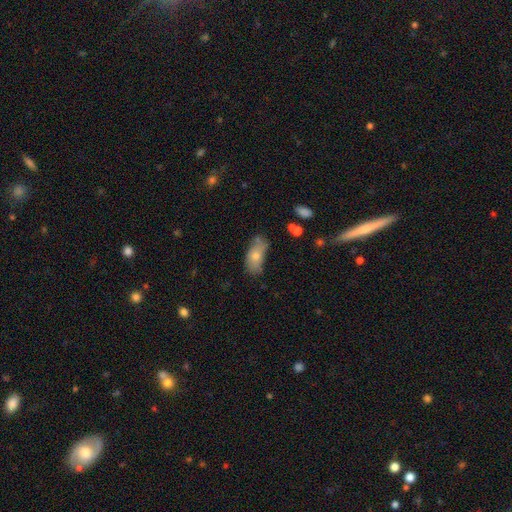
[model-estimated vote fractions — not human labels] This appears to be a smooth galaxy with no disk features (70%) that is in between round and cigar-shaped (89%). Merging: none (48%).